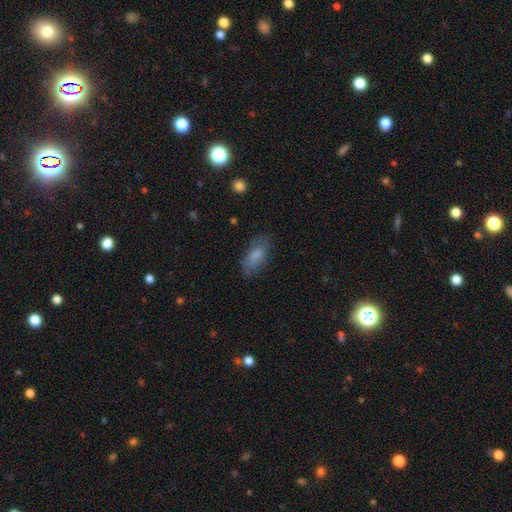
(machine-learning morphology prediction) The model was most divided on "merging": none: 74%, minor disturbance: 19%, major disturbance: 6%, merger: 1%. More confident: how rounded — in between (85%); smooth or featured — smooth (78%).